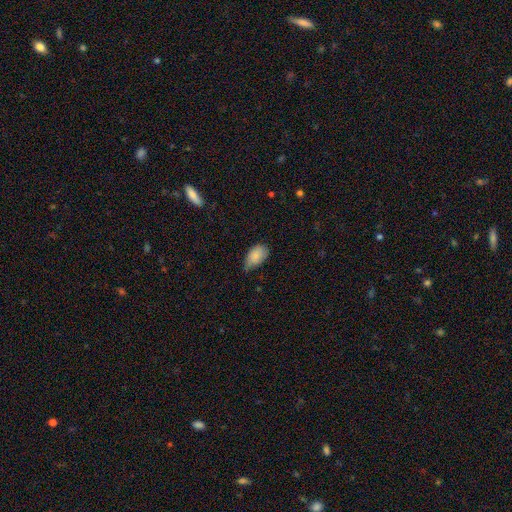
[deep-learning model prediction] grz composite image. It shows a smooth galaxy with no disk features (82%) that is in between round and cigar-shaped (92%). Merging: none (45%).